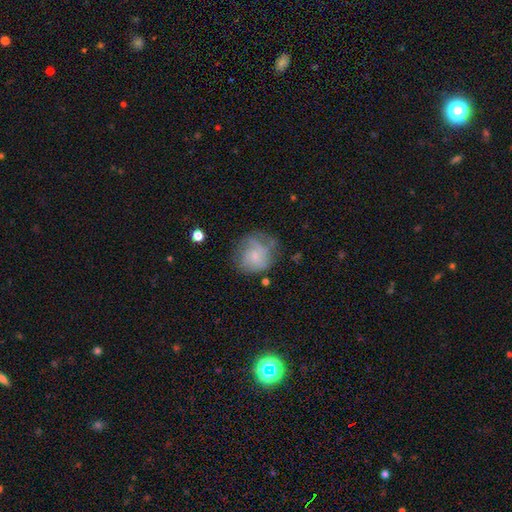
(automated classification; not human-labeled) A featured or disk galaxy (46%). Merging: none (48%).